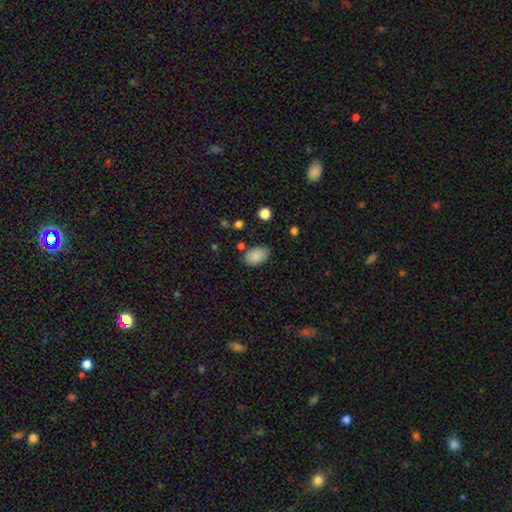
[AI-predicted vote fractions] A smooth galaxy with no disk features (87%) that is in between round and cigar-shaped (91%).

Vote fractions:
- Smooth or featured? smooth: 87% / star or artifact: 7% / featured or disk: 6%
- How rounded? in between: 91% / round: 8% / cigar-shaped: 1%
- Merging? none: 80% / minor disturbance: 14% / major disturbance: 3% / merger: 3%